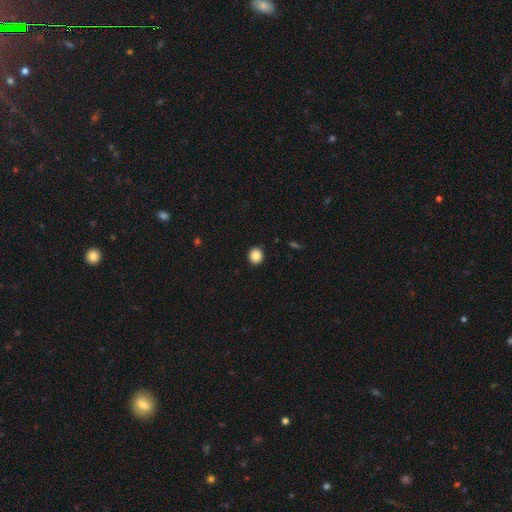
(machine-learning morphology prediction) A smooth galaxy with no disk features (87%) that is round (89%).

Vote fractions:
- Smooth or featured? smooth: 87% / star or artifact: 10% / featured or disk: 4%
- How rounded? round: 89% / in between: 10% / cigar-shaped: 1%
- Merging? none: 92% / minor disturbance: 5% / major disturbance: 2% / merger: 1%